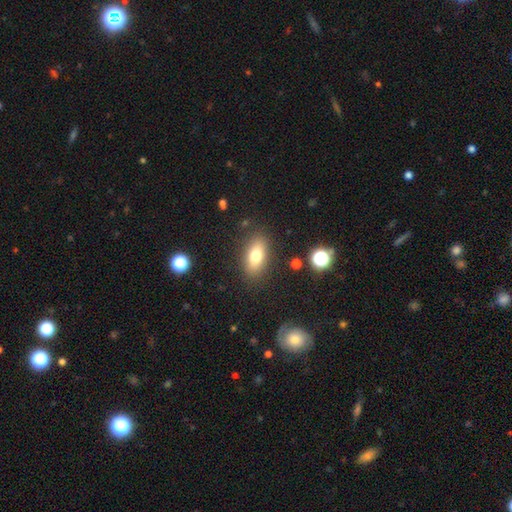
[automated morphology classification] This appears to be a smooth galaxy with no disk features (75%) that is in between round and cigar-shaped (85%). Merging: none (85%).